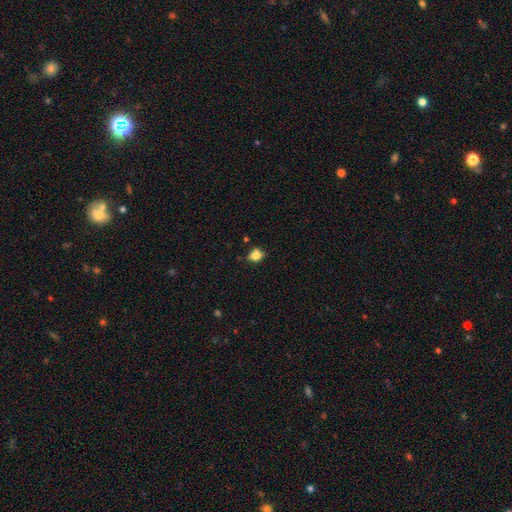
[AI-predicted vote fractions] Smooth or featured? Predicted: smooth (p=0.78). How rounded? Predicted: round (p=0.54). Merging? Predicted: none (p=0.60).